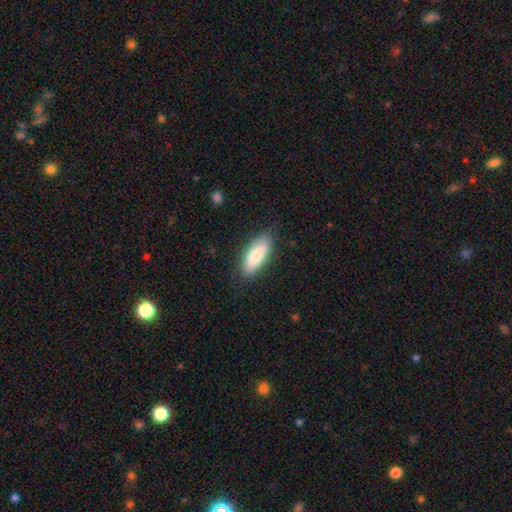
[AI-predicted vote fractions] smooth-or-featured: smooth: 78% | featured or disk: 16% | star or artifact: 6%
  how-rounded: in between: 71% | cigar-shaped: 27% | round: 2%
  merging: none: 81% | minor disturbance: 15% | major disturbance: 3% | merger: 1%